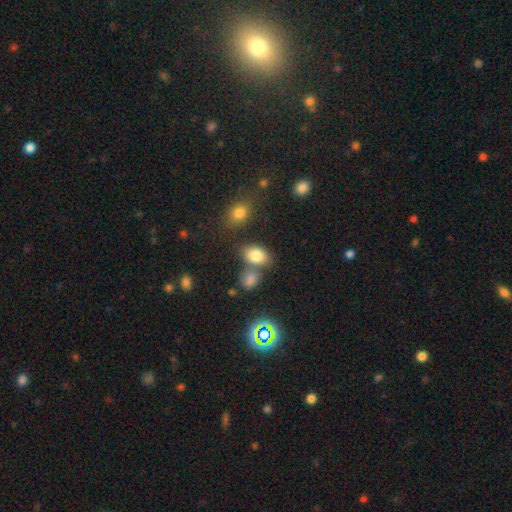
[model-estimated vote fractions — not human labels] Smooth or featured: smooth — 78% (star or artifact — 13%)
How rounded: in between — 81% (round — 17%)
Merging: none — 59% (merger — 23%)